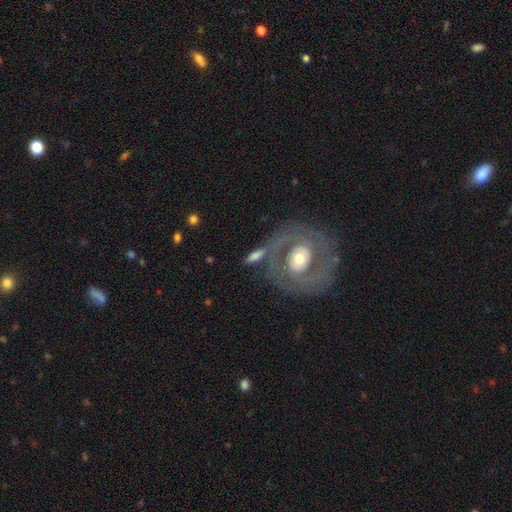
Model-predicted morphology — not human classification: featured or disk 54%, smooth 39%, star or artifact 7%. Down the decision tree: edge-on disk — no (83%); merging — none (66%).